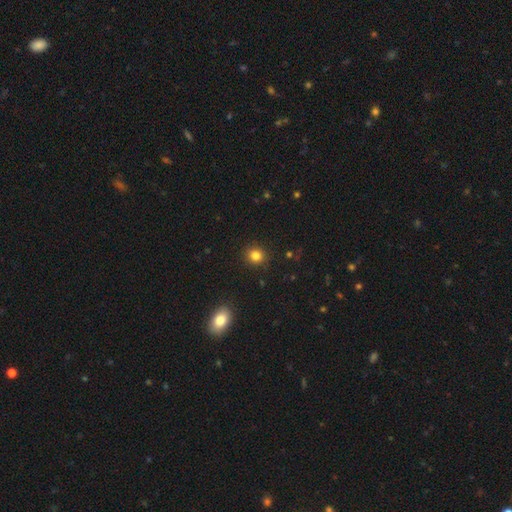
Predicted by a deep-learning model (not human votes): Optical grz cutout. It shows a smooth galaxy with no disk features (82%) that is round (87%). Merging: none (91%).